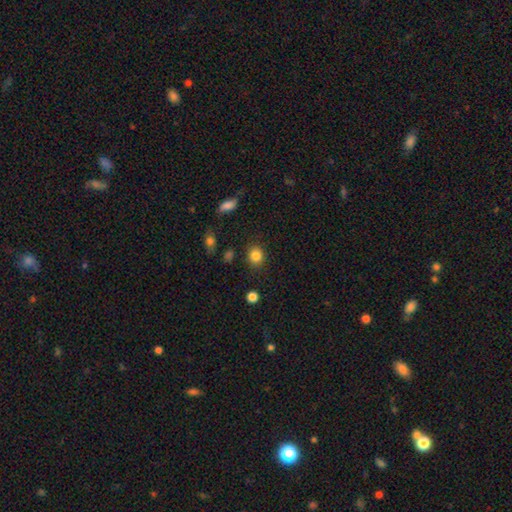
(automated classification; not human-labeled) This appears to be a smooth galaxy with no disk features (84%) that is round (74%). Merging: none (87%).